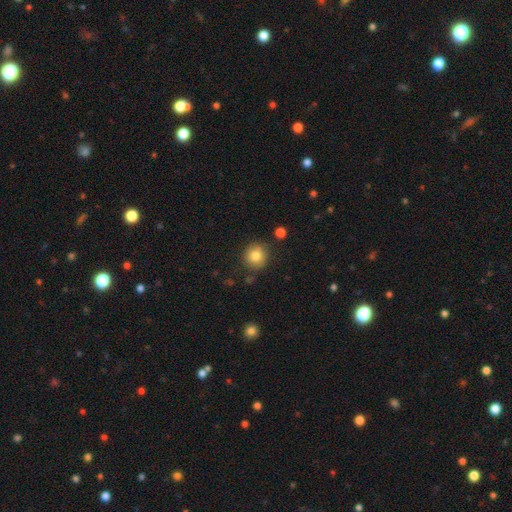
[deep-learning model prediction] Smooth or featured? Predicted: smooth (p=0.83). How rounded? Predicted: round (p=0.90). Merging? Predicted: none (p=0.84).